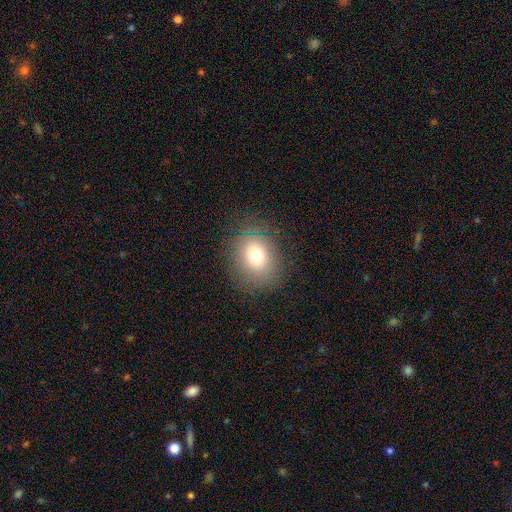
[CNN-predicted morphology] Smooth or featured? smooth (75%)
How rounded? round (60%)
Merging? none (81%)